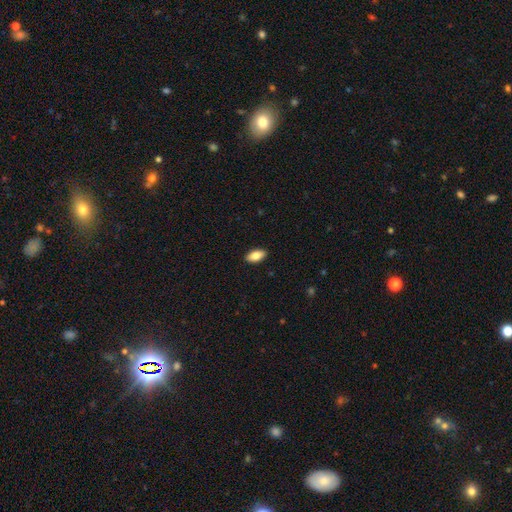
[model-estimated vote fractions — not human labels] Q: Smooth or featured?
A: smooth (83%); runner-up: featured or disk (10%)
Q: How rounded?
A: in between (92%); runner-up: cigar-shaped (5%)
Q: Merging?
A: none (91%); runner-up: minor disturbance (7%)